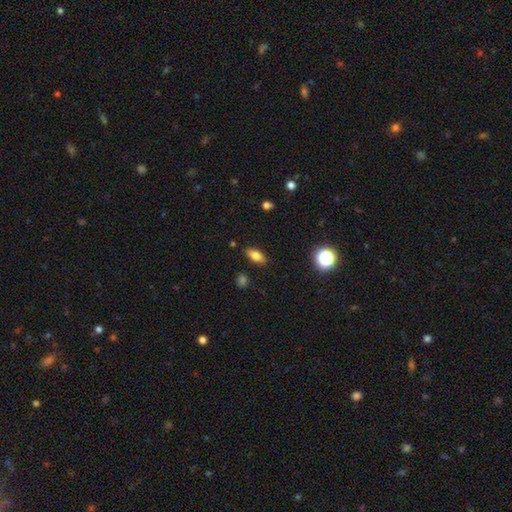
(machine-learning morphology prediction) This appears to be a smooth galaxy with no disk features (71%) that is in between round and cigar-shaped (79%). Merging: none (86%).